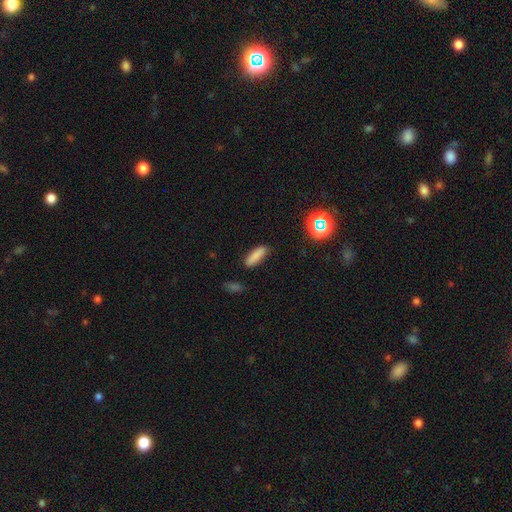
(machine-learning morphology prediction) Smooth or featured?
  - smooth: 83% *
  - star or artifact: 10%
  - featured or disk: 7%
How rounded?
  - cigar-shaped: 51% *
  - in between: 46%
  - round: 2%
Merging?
  - none: 84% *
  - minor disturbance: 11%
  - major disturbance: 3%
  - merger: 2%